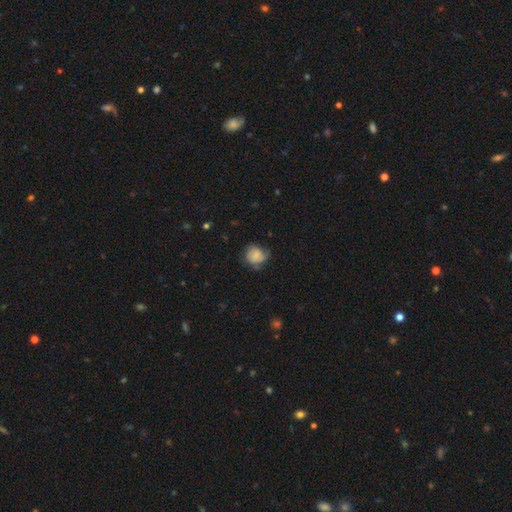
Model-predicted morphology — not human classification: The model was most divided on "merging": none: 56%, minor disturbance: 29%, major disturbance: 13%, merger: 2%. More confident: how rounded — round (75%); smooth or featured — smooth (65%).